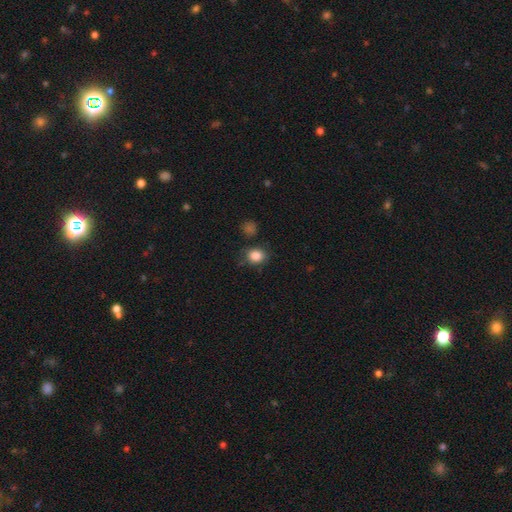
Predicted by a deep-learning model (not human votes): This appears to be a smooth galaxy with no disk features (85%) that is round (65%). Merging: none (77%).